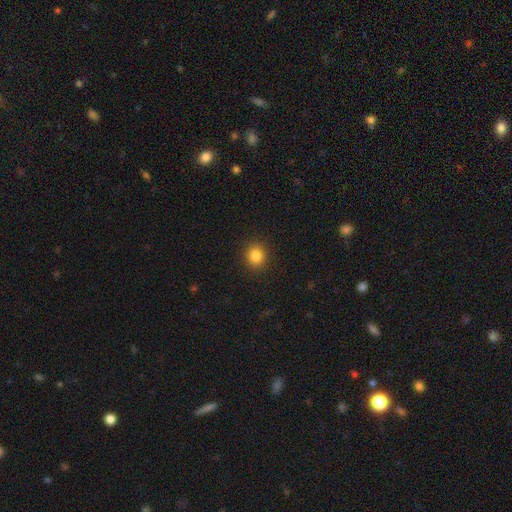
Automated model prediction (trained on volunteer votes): Overall: smooth (84%). How rounded: round (78%). Merging: none (91%).